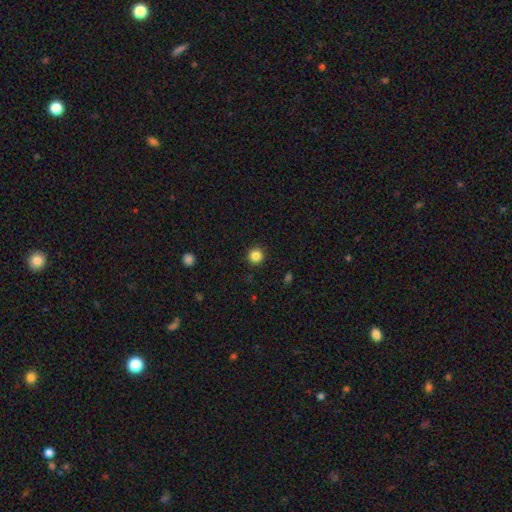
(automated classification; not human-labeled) Smooth or featured: smooth — 85% (star or artifact — 11%)
How rounded: round — 95% (in between — 4%)
Merging: none — 92% (minor disturbance — 5%)